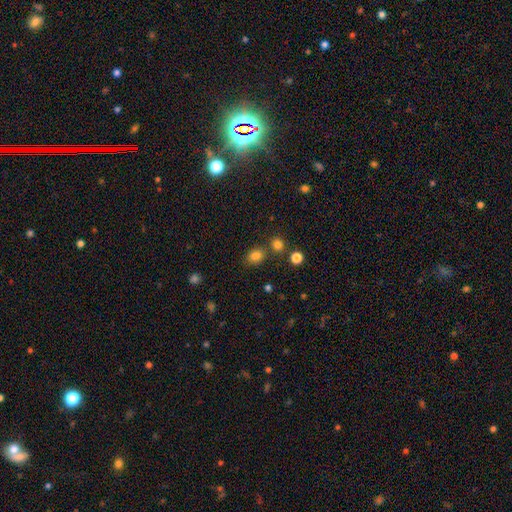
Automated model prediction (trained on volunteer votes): Overall: smooth (81%). How rounded: round (50%; in between 49%). Merging: none (73%).